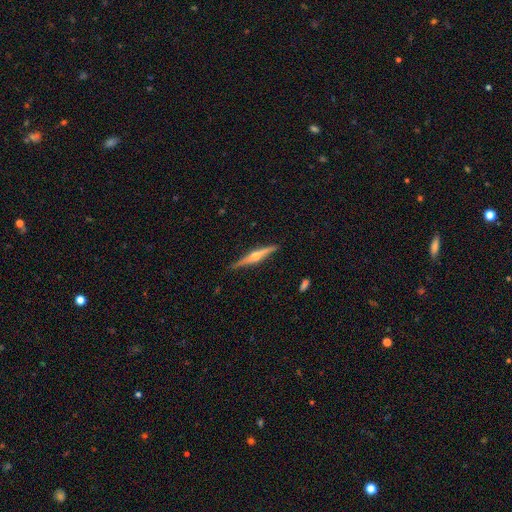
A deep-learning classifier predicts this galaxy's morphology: A featured or disk galaxy (77%) viewed edge-on (98%) with a rounded central bulge (93%). Merging: none (88%).